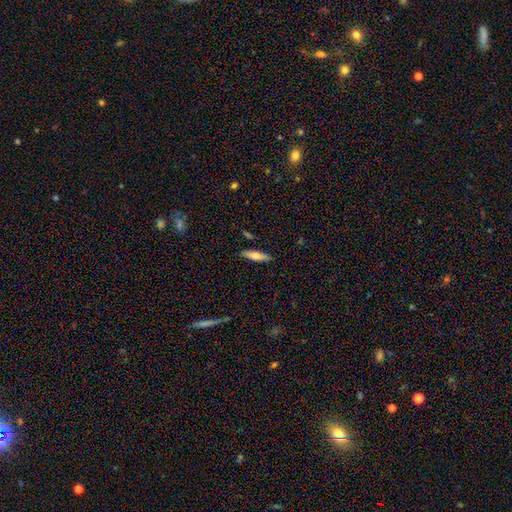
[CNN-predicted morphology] A smooth galaxy with no disk features (71%) that is cigar-shaped (58%). Merging: none (87%).